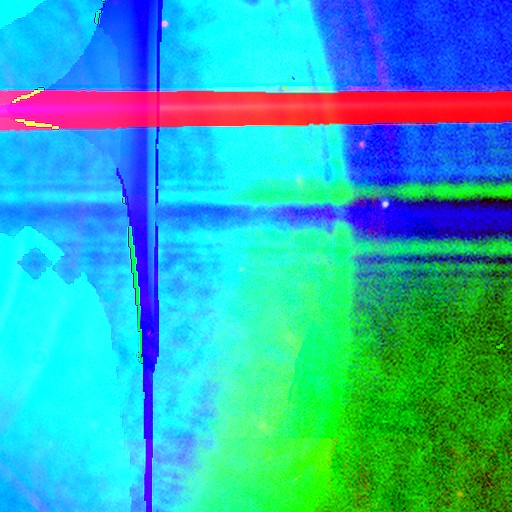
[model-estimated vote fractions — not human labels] Morphology: type=star or artifact (85%).